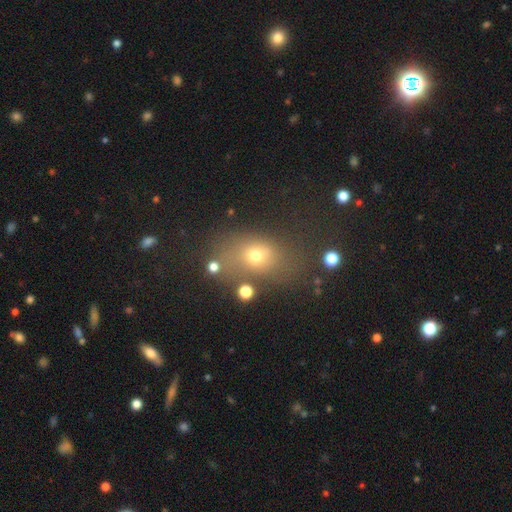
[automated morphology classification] smooth_or_featured: smooth (p=0.66) [alt: star or artifact p=0.19]
how_rounded: in between (p=0.61) [alt: round p=0.36]
merging: none (p=0.60) [alt: minor disturbance p=0.18]